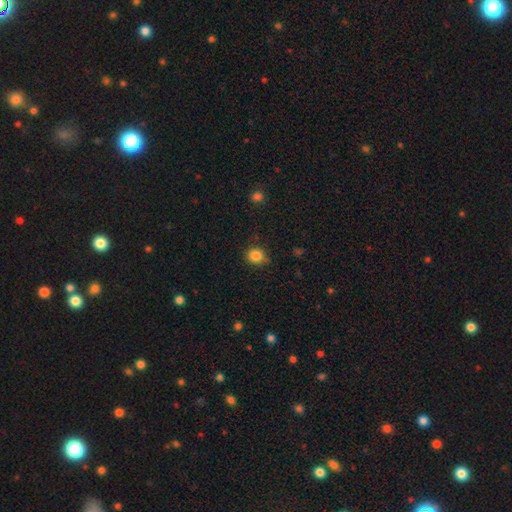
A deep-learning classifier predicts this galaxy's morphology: This appears to be a smooth galaxy with no disk features (85%) that is round (84%). Merging: none (79%).